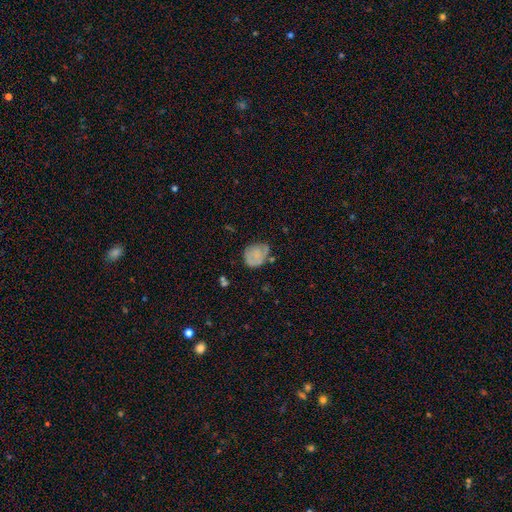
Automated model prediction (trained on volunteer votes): This appears to be a smooth galaxy with no disk features (61%) that is round (55%). Merging: none (55%).